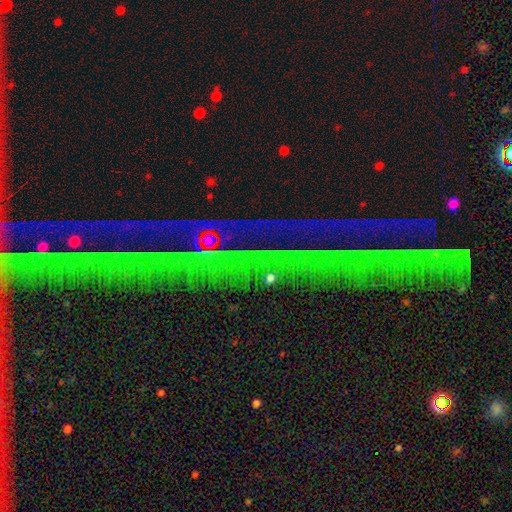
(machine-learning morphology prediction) Smooth or featured? star or artifact (84%)